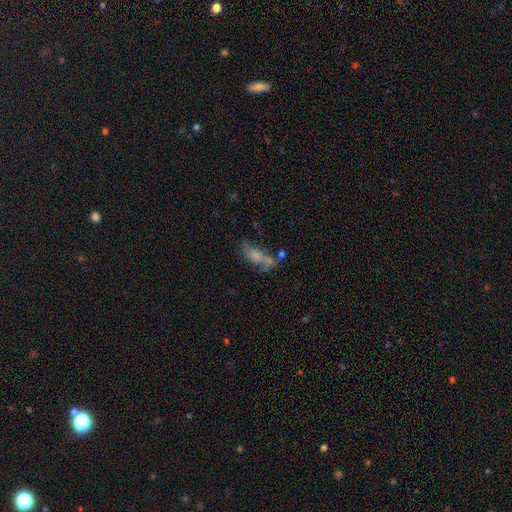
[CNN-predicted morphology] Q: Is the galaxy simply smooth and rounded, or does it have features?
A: smooth — 45%.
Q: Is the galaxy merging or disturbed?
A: none — 38%.